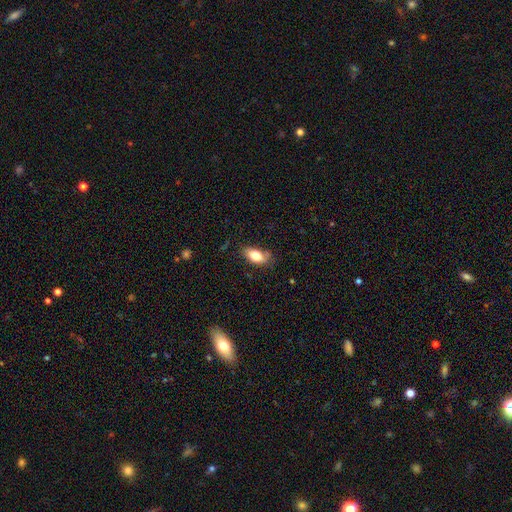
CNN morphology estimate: smooth-or-featured: smooth: 80% | featured or disk: 12% | star or artifact: 8%
  how-rounded: in between: 88% | cigar-shaped: 7% | round: 5%
  merging: none: 74% | minor disturbance: 20% | major disturbance: 4% | merger: 2%